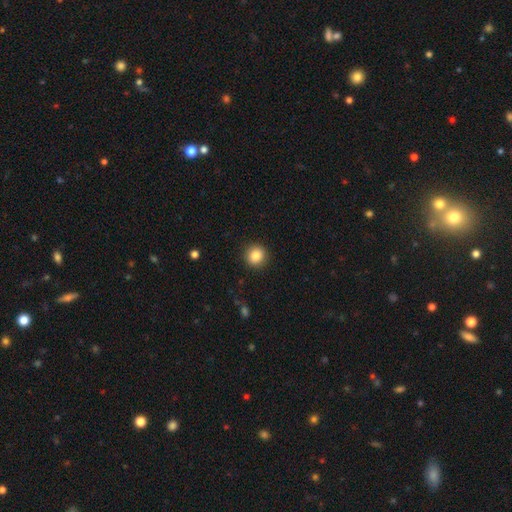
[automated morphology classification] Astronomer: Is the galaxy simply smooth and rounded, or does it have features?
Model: smooth — 85%.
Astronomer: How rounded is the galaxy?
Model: round — 92%.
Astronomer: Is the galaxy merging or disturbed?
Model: none — 91%.